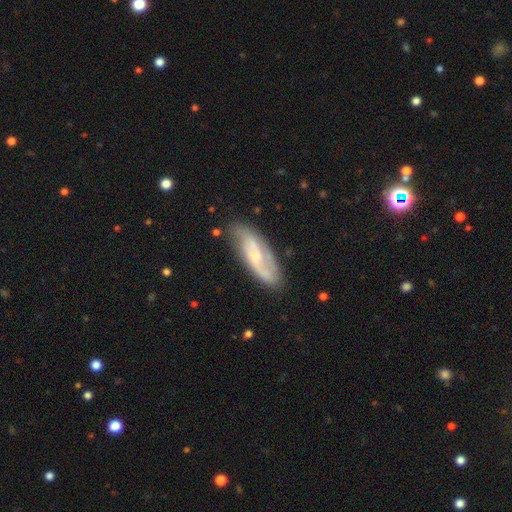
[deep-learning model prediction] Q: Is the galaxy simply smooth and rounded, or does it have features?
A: featured or disk — 69%.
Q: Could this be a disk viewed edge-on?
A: no — 86%.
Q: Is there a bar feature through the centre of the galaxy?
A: no — 47%.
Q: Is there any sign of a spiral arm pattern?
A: yes — 90%.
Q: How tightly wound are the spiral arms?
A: medium — 41%.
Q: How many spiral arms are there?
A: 2 — 77%.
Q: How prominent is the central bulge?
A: small — 57%.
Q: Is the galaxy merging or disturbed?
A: none — 74%.